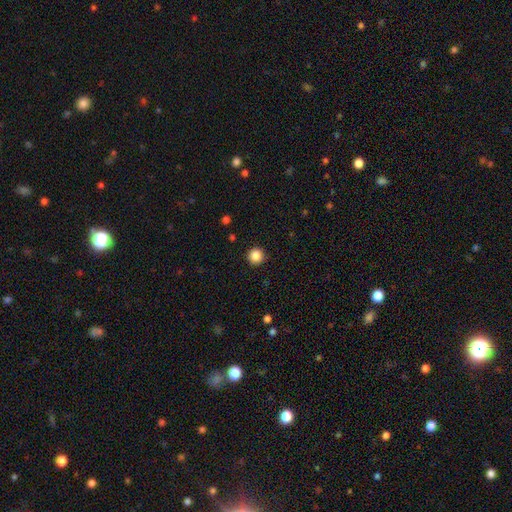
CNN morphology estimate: Smooth or featured?
  - smooth: 86% *
  - star or artifact: 11%
  - featured or disk: 3%
How rounded?
  - round: 96% *
  - in between: 3%
  - cigar-shaped: 1%
Merging?
  - none: 93% *
  - minor disturbance: 4%
  - major disturbance: 2%
  - merger: 1%